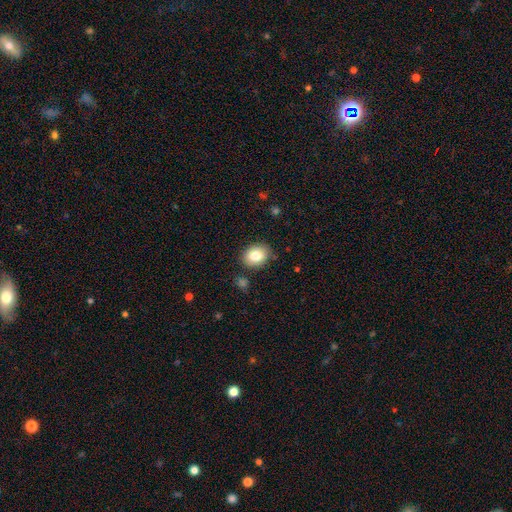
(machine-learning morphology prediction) The model was most divided on "how rounded": in between: 55%, round: 44%, cigar-shaped: 1%. More confident: merging — none (84%); smooth or featured — smooth (82%).